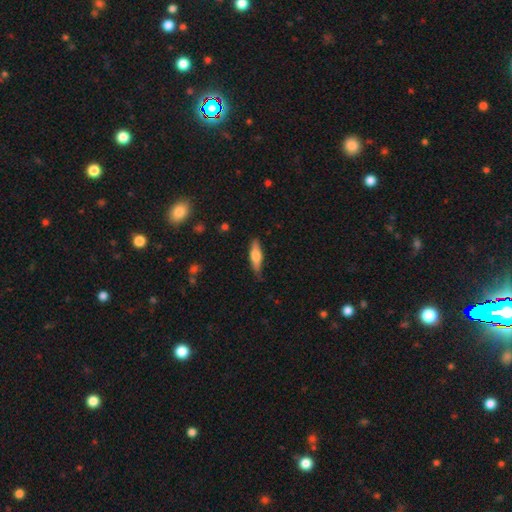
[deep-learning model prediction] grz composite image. It shows a smooth galaxy with no disk features (61%) that is cigar-shaped (59%). Merging: none (78%).